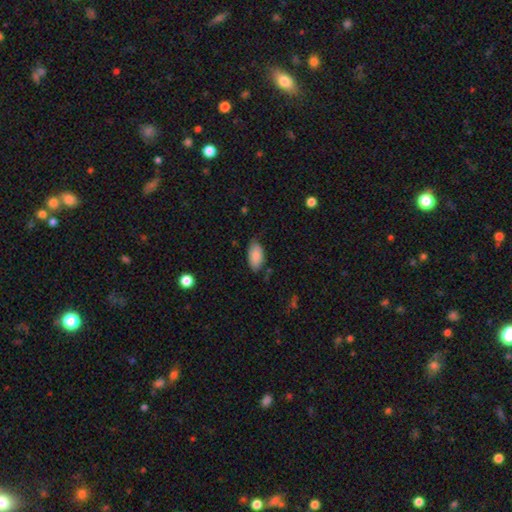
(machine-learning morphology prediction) Smooth or featured?
  - smooth: 85% *
  - featured or disk: 8%
  - star or artifact: 7%
How rounded?
  - in between: 94% *
  - cigar-shaped: 4%
  - round: 2%
Merging?
  - none: 70% *
  - minor disturbance: 24%
  - major disturbance: 4%
  - merger: 2%